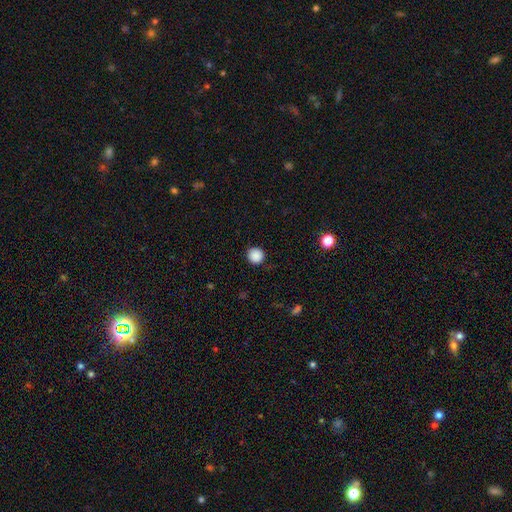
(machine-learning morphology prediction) Overall: smooth (88%). How rounded: round (95%). Merging: none (91%).